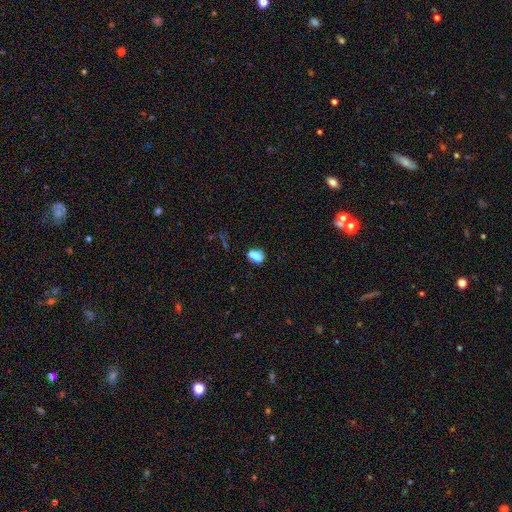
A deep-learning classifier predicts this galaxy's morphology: smooth_or_featured: smooth (p=0.73) [alt: featured or disk p=0.16]
how_rounded: in between (p=0.75) [alt: round p=0.22]
merging: none (p=0.64) [alt: minor disturbance p=0.20]